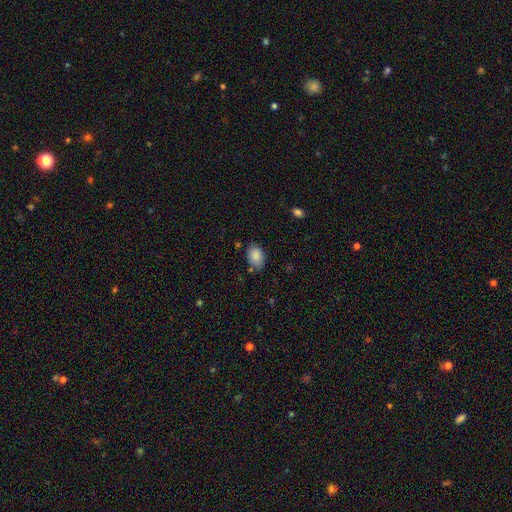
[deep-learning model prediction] Smooth or featured? Predicted: smooth (p=0.87). How rounded? Predicted: in between (p=0.80). Merging? Predicted: none (p=0.77).